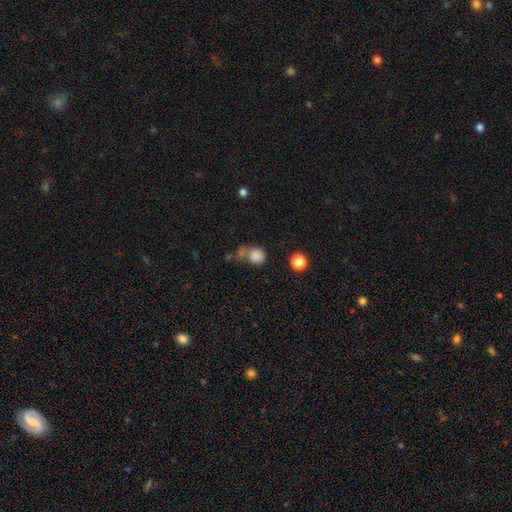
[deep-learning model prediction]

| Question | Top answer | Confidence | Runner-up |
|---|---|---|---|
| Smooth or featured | smooth | 82% | star or artifact (11%) |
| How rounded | round | 77% | in between (22%) |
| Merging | none | 43% | merger (31%) |